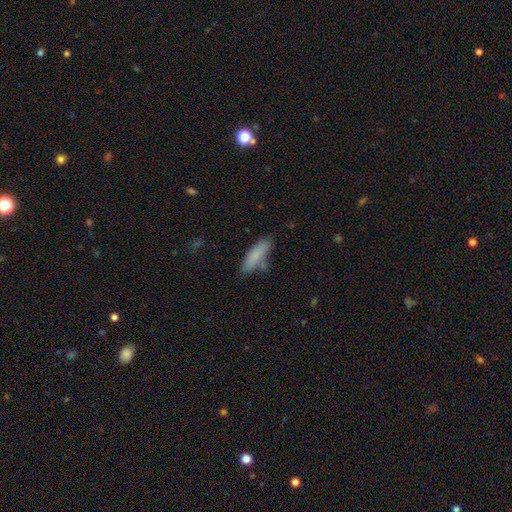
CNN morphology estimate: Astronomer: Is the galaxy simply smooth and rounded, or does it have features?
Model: smooth — 83%.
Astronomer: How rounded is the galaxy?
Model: cigar-shaped — 51% (runner-up: in between, 48%).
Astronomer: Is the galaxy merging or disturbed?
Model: none — 71%.